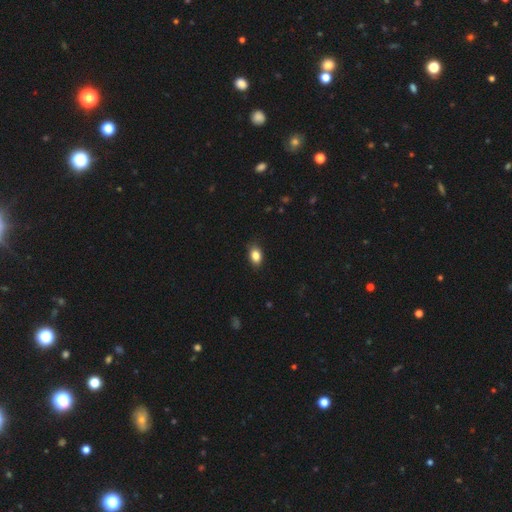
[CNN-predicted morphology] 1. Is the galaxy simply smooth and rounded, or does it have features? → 86% smooth, 8% star or artifact, 6% featured or disk.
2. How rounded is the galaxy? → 84% in between, 14% round, 2% cigar-shaped.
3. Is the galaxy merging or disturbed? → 84% none, 13% minor disturbance, 2% major disturbance, 1% merger.